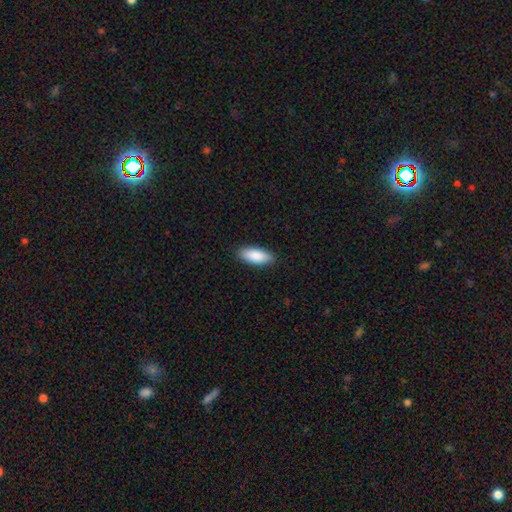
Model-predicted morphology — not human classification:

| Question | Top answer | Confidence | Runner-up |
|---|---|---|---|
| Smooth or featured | smooth | 88% | featured or disk (7%) |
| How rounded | in between | 77% | cigar-shaped (21%) |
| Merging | none | 89% | minor disturbance (8%) |